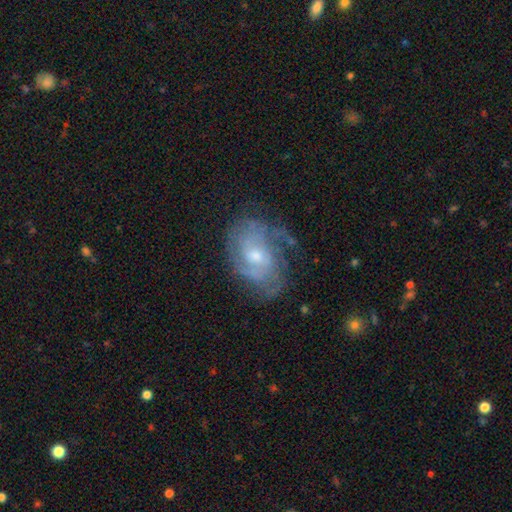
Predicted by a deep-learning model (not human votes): Smooth or featured: featured or disk — 78% (smooth — 15%)
Edge-on disk: no — 97% (yes — 3%)
Bar: no — 62% (weak — 33%)
Spiral arms: yes — 87% (no — 13%)
Spiral winding: tight — 48% (medium — 38%)
Spiral arm count: can't tell — 40% (2 — 27%)
Bulge size: moderate — 56% (small — 37%)
Merging: none — 60% (minor disturbance — 25%)